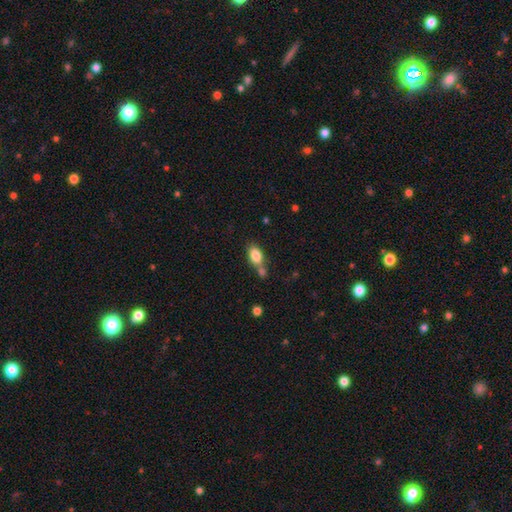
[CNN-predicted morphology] A smooth galaxy with no disk features (82%) that is in between round and cigar-shaped (87%).

Vote fractions:
- Smooth or featured? smooth: 82% / featured or disk: 10% / star or artifact: 8%
- How rounded? in between: 87% / round: 9% / cigar-shaped: 4%
- Merging? none: 49% / merger: 32% / minor disturbance: 14% / major disturbance: 5%